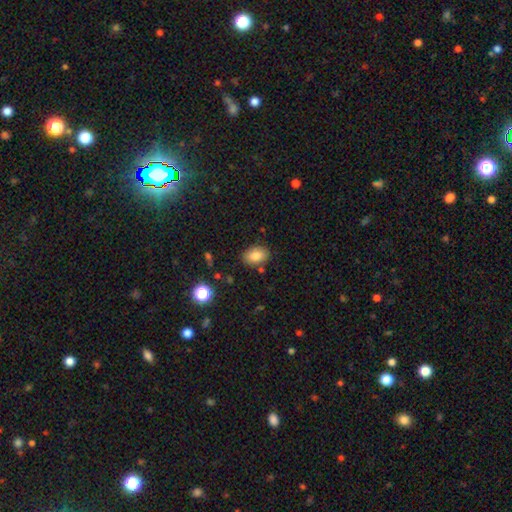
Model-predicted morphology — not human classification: A smooth galaxy with no disk features (81%) that is in between round and cigar-shaped (82%). Merging: none (83%).